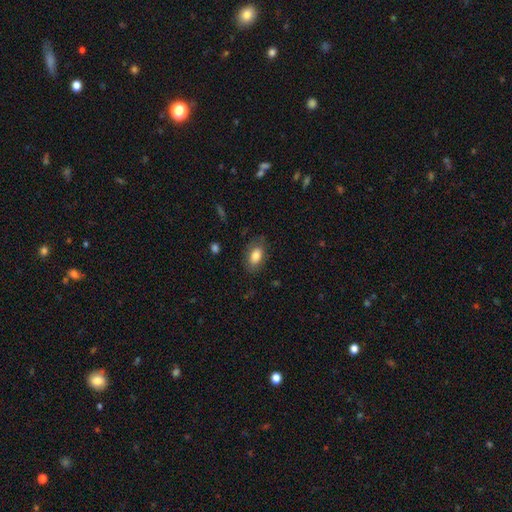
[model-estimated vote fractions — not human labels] Q: Smooth or featured?
A: smooth (79%); runner-up: featured or disk (14%)
Q: How rounded?
A: in between (91%); runner-up: round (7%)
Q: Merging?
A: none (76%); runner-up: minor disturbance (17%)